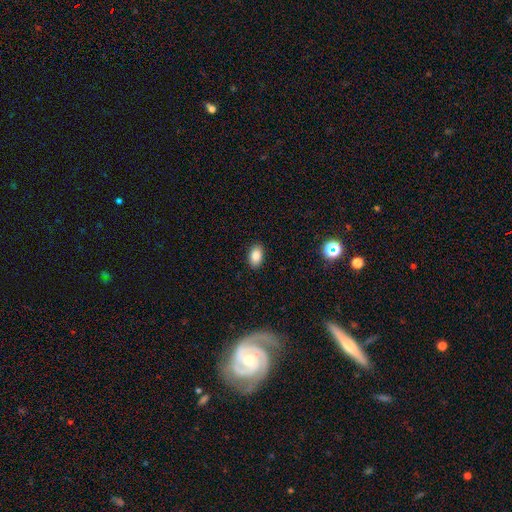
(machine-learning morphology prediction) Smooth or featured: smooth — 85% (star or artifact — 9%)
How rounded: in between — 89% (round — 9%)
Merging: none — 88% (minor disturbance — 9%)